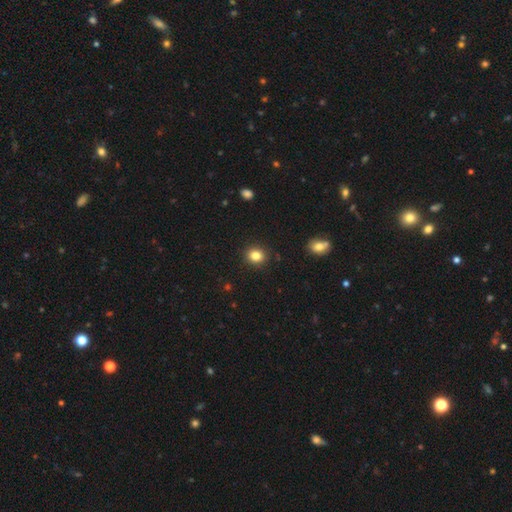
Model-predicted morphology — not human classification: Smooth or featured?
  - smooth: 83% *
  - star or artifact: 11%
  - featured or disk: 6%
How rounded?
  - round: 72% *
  - in between: 27%
  - cigar-shaped: 1%
Merging?
  - none: 90% *
  - minor disturbance: 7%
  - major disturbance: 2%
  - merger: 1%